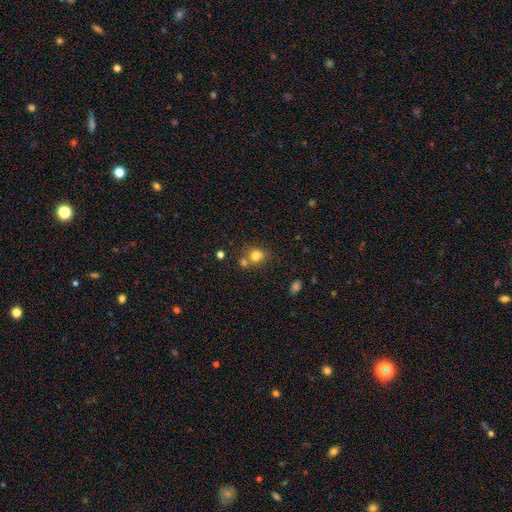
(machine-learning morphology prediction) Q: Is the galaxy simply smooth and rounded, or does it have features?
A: smooth — 77%.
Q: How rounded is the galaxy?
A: round — 60%.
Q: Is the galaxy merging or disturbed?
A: none — 46%.